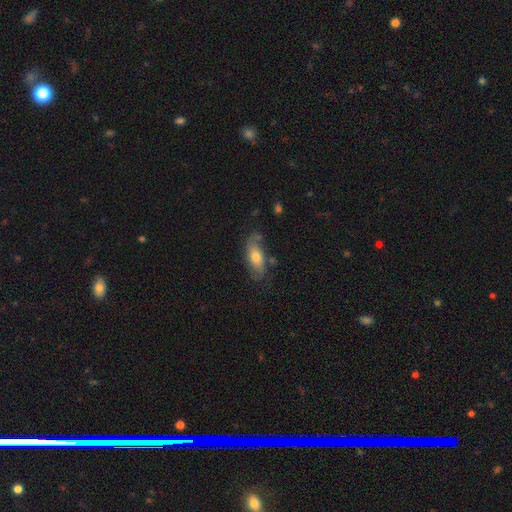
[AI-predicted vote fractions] Smooth or featured? Predicted: smooth (p=0.47). Merging? Predicted: none (p=0.66).